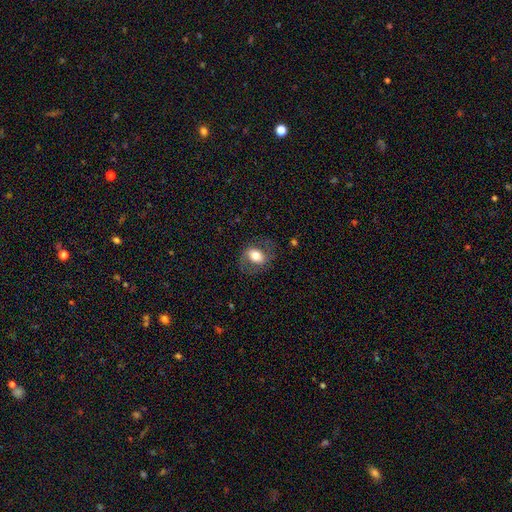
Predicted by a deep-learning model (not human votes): This appears to be a smooth galaxy with no disk features (56%) that is in between round and cigar-shaped (68%). Merging: none (70%).